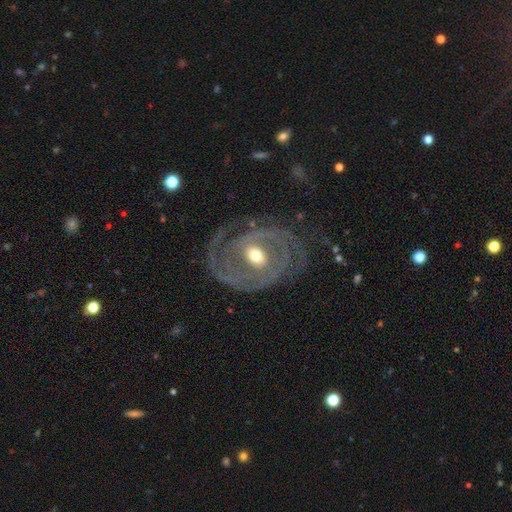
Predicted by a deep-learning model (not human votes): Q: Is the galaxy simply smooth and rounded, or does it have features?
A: featured or disk — 86%.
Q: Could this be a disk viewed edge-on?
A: no — 96%.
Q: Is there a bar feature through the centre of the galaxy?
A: no — 55%.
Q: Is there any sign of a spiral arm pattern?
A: yes — 87%.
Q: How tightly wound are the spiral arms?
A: tight — 58%.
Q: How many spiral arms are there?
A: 2 — 49%.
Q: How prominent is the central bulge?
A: moderate — 65%.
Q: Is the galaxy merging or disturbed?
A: none — 68%.